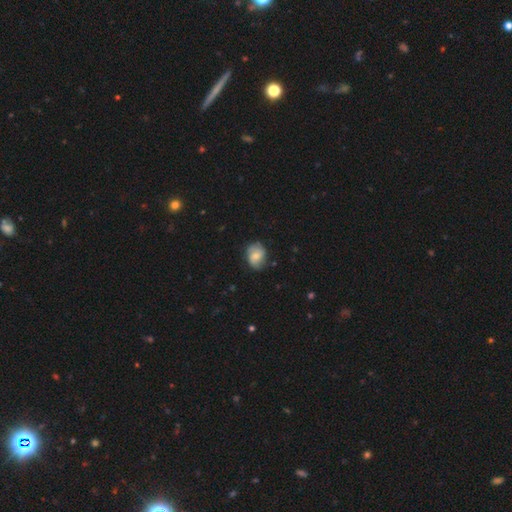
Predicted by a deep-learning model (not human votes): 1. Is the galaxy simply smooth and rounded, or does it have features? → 61% smooth, 32% featured or disk, 8% star or artifact.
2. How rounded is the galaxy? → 54% in between, 45% round, 1% cigar-shaped.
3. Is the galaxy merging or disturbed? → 69% none, 24% minor disturbance, 6% major disturbance, 1% merger.